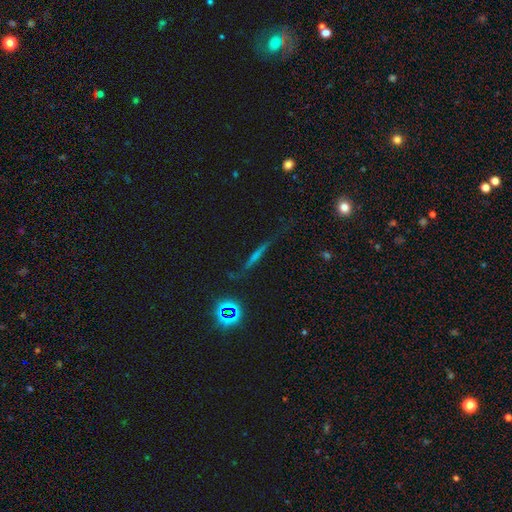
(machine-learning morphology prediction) Q: Smooth or featured?
A: featured or disk (46%); runner-up: smooth (32%)
Q: Merging?
A: none (75%); runner-up: minor disturbance (16%)